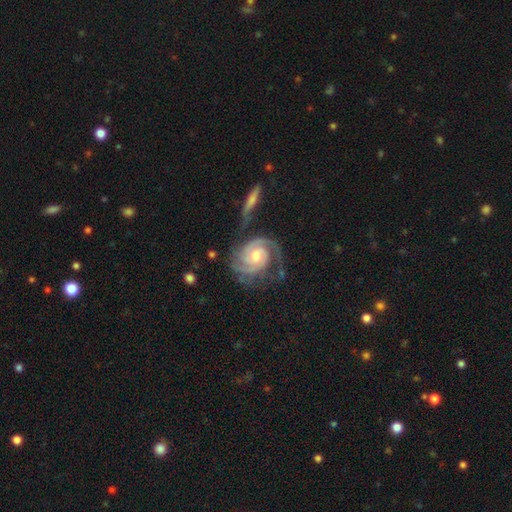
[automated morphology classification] Smooth or featured?
  - featured or disk: 91% *
  - smooth: 5%
  - star or artifact: 4%
Edge-on disk?
  - no: 97% *
  - yes: 3%
Bar?
  - no: 62% *
  - weak: 30%
  - strong: 8%
Spiral arms?
  - yes: 98% *
  - no: 2%
Spiral winding?
  - tight: 66% *
  - medium: 29%
  - loose: 5%
Spiral arm count?
  - 2: 51% *
  - 3: 27%
  - can't tell: 10%
  - 4: 4%
  - 1: 4%
  - more than 4: 4%
Bulge size?
  - moderate: 64% *
  - small: 28%
  - large: 6%
  - none: 2%
  - dominant: 1%
Merging?
  - none: 63% *
  - minor disturbance: 19%
  - major disturbance: 11%
  - merger: 7%